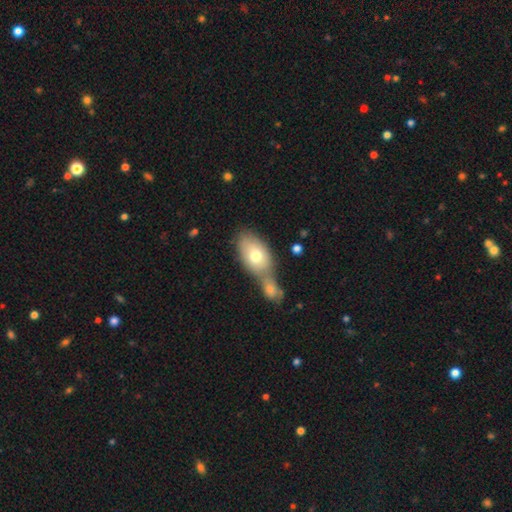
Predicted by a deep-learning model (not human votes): Q: Smooth or featured?
A: smooth (71%); runner-up: featured or disk (22%)
Q: How rounded?
A: in between (88%); runner-up: round (9%)
Q: Merging?
A: merger (55%); runner-up: none (31%)